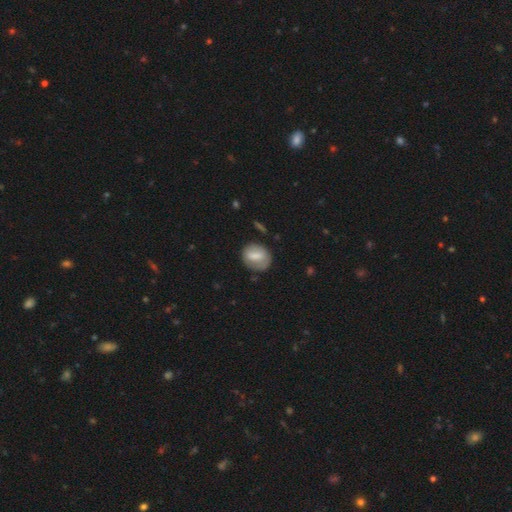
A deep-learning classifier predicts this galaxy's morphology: A smooth galaxy with no disk features (67%) that is round (52%). Merging: none (68%).